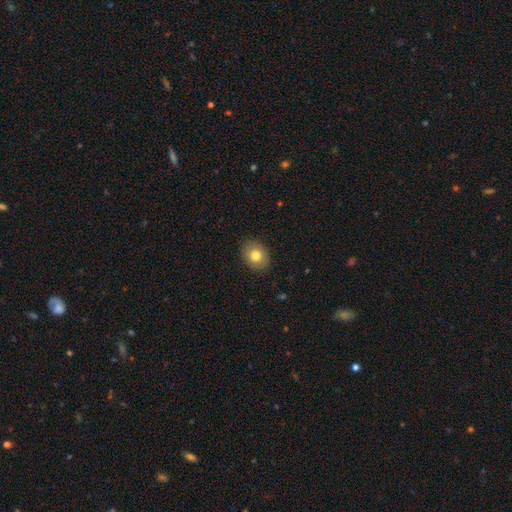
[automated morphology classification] This is clearly a smooth galaxy (80%). How rounded: possibly round (53%). Merging: clearly none (89%).